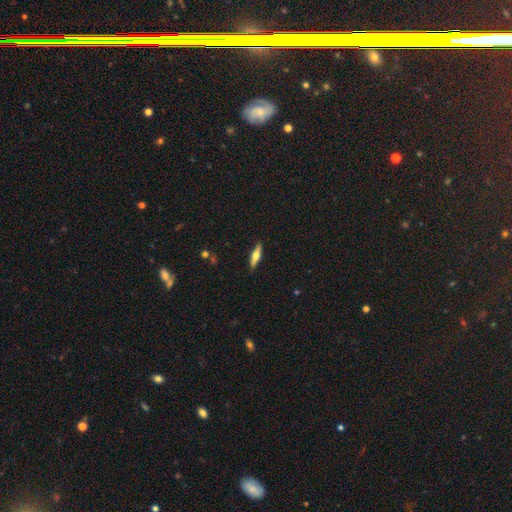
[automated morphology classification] Smooth or featured? Predicted: featured or disk (p=0.56). Edge-on disk? Predicted: yes (p=0.95). Edge-on bulge? Predicted: rounded (p=0.93). Merging? Predicted: none (p=0.89).